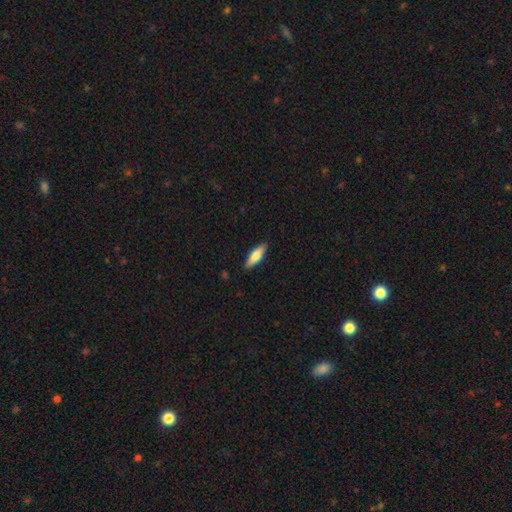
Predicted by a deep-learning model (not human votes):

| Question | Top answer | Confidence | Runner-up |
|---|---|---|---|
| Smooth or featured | smooth | 70% | featured or disk (25%) |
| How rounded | cigar-shaped | 54% | in between (44%) |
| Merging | none | 87% | minor disturbance (10%) |